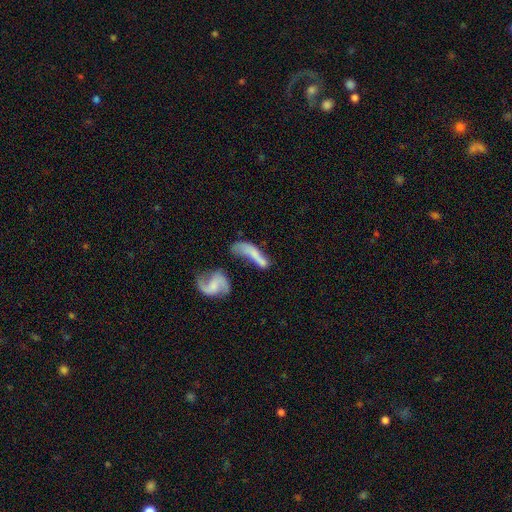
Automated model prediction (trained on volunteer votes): A smooth galaxy with no disk features (49%).

Vote fractions:
- Smooth or featured? smooth: 49% / featured or disk: 42% / star or artifact: 9%
- Merging? merger: 40% / major disturbance: 24% / none: 21% / minor disturbance: 15%